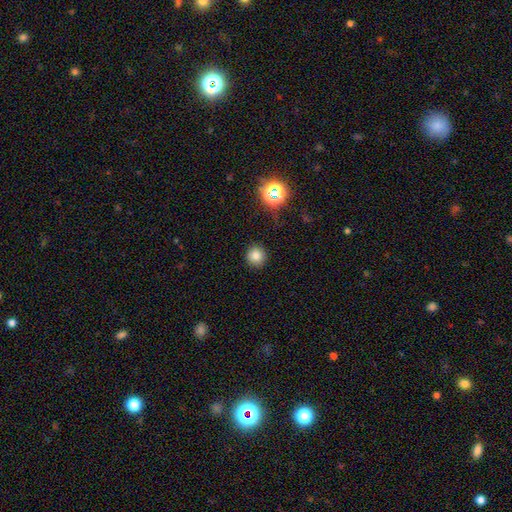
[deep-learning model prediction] Smooth or featured?
  - smooth: 79% *
  - star or artifact: 15%
  - featured or disk: 6%
How rounded?
  - round: 94% *
  - in between: 5%
  - cigar-shaped: 1%
Merging?
  - none: 90% *
  - minor disturbance: 6%
  - major disturbance: 2%
  - merger: 1%